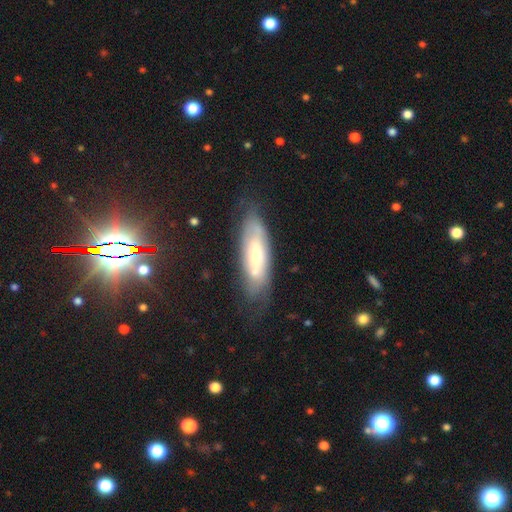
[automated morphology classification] The model was most divided on "smooth or featured": featured or disk: 50%, smooth: 43%, star or artifact: 7%. More confident: merging — none (65%).